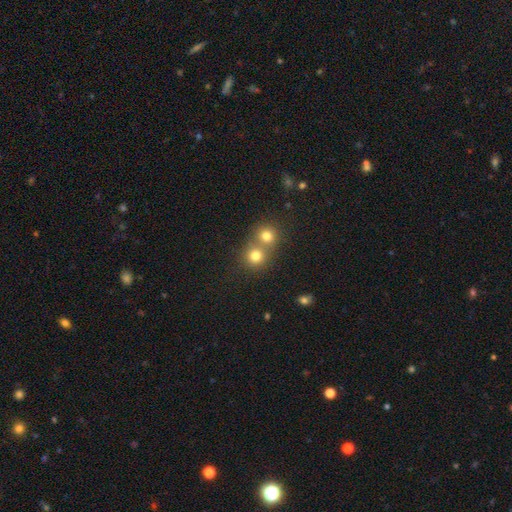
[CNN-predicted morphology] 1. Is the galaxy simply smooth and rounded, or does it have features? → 77% smooth, 15% star or artifact, 8% featured or disk.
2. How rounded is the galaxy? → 87% round, 12% in between, 1% cigar-shaped.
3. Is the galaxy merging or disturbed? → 48% none, 44% merger, 5% minor disturbance, 2% major disturbance.